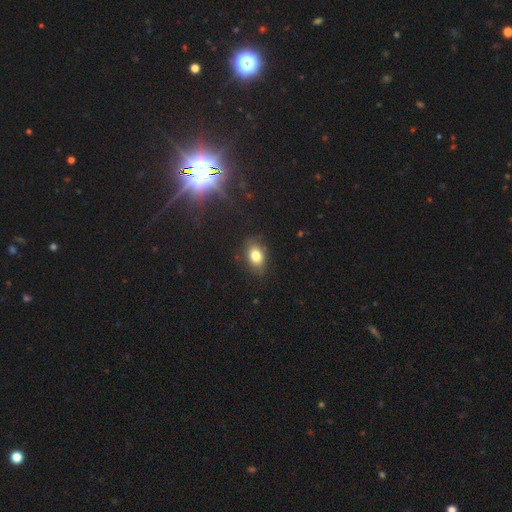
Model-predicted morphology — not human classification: type=smooth (79%); roundness=in between (79%); merging=none (80%).